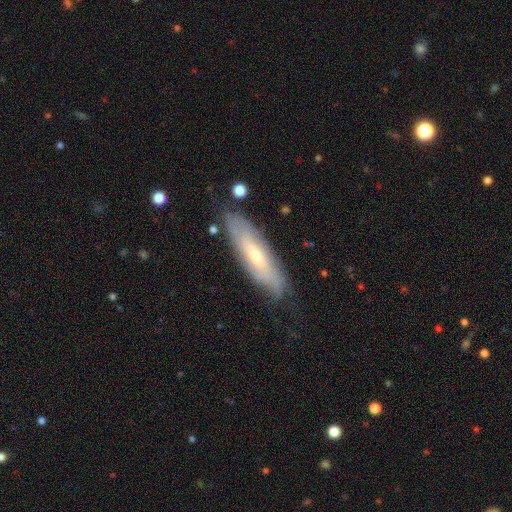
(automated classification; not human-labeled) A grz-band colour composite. It shows a featured or disk galaxy (58%). Merging: none (75%).